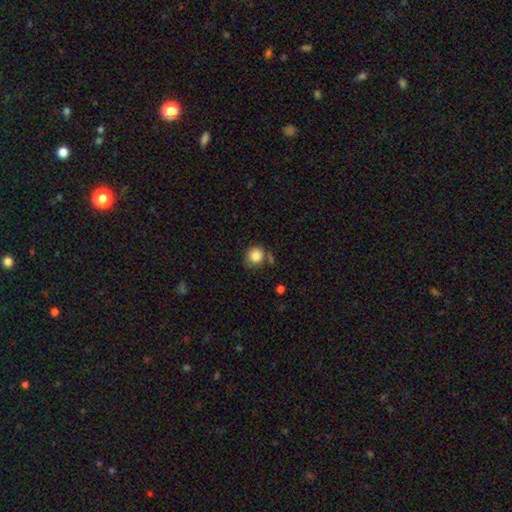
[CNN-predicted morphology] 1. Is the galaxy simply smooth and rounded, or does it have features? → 86% smooth, 9% star or artifact, 5% featured or disk.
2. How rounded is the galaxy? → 88% round, 11% in between, 1% cigar-shaped.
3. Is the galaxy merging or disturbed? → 68% none, 17% minor disturbance, 9% merger, 5% major disturbance.